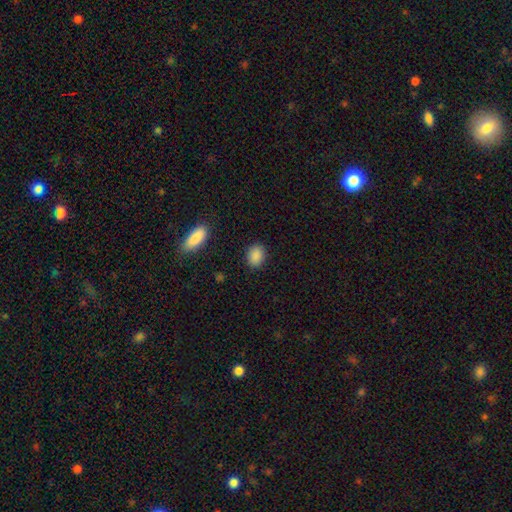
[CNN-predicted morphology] A smooth galaxy with no disk features (89%) that is in between round and cigar-shaped (64%). Merging: none (87%).